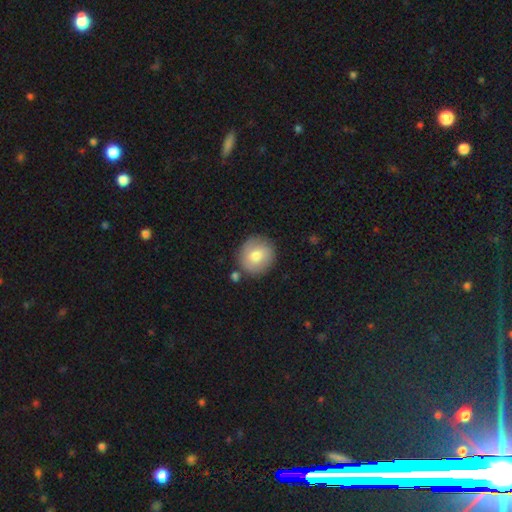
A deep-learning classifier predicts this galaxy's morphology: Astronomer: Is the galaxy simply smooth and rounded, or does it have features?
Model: smooth — 75%.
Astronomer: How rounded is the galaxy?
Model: round — 90%.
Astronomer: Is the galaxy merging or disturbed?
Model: none — 81%.